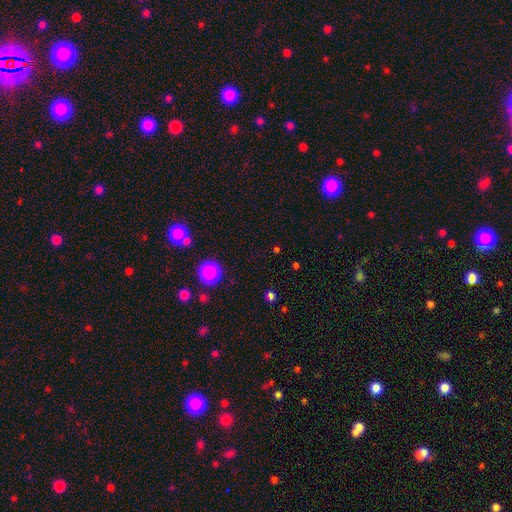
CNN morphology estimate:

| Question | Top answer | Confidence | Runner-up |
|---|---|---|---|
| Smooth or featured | smooth | 61% | star or artifact (32%) |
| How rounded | round | 87% | in between (12%) |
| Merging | none | 82% | minor disturbance (9%) |